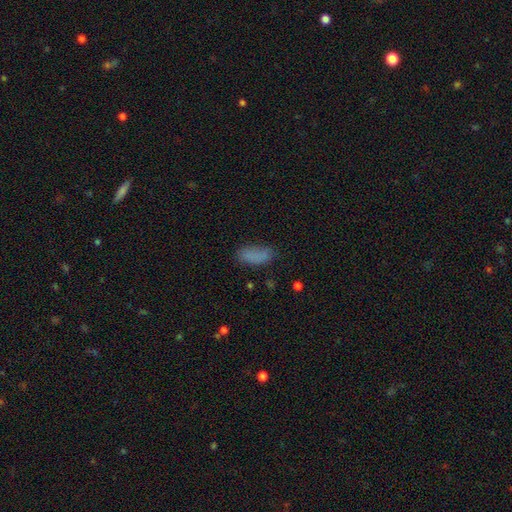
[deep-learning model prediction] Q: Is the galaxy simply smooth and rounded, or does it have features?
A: smooth — 81%.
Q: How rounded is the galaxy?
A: in between — 85%.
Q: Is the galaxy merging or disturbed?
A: none — 69%.